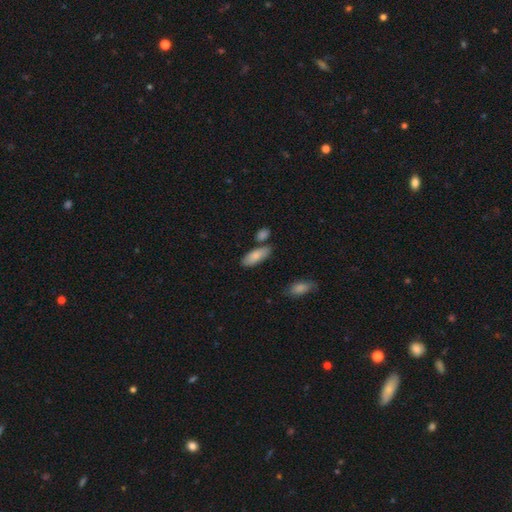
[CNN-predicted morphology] type=smooth (82%); roundness=in between (79%); merging=none (71%).